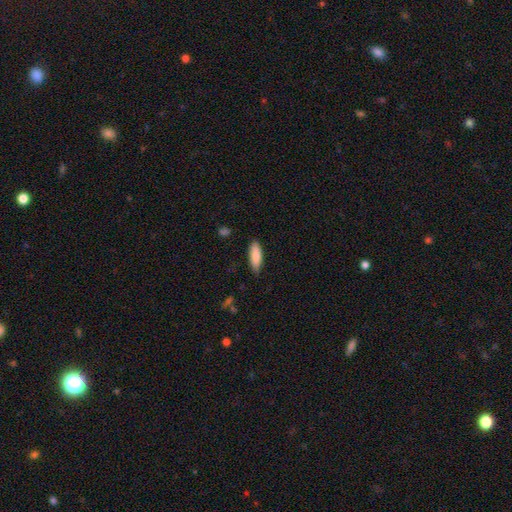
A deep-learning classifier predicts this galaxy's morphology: A smooth galaxy with no disk features (86%) that is in between round and cigar-shaped (52%).

Vote fractions:
- Smooth or featured? smooth: 86% / featured or disk: 8% / star or artifact: 6%
- How rounded? in between: 52% / cigar-shaped: 47% / round: 2%
- Merging? none: 83% / minor disturbance: 13% / major disturbance: 2% / merger: 1%